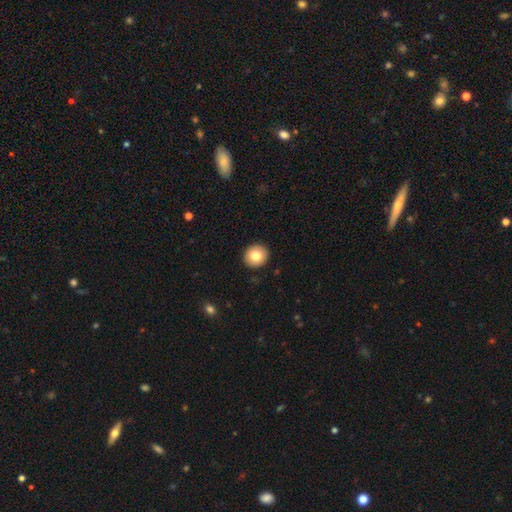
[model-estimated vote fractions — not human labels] smooth-or-featured: smooth: 82% | featured or disk: 10% | star or artifact: 8%
  how-rounded: round: 87% | in between: 12% | cigar-shaped: 1%
  merging: none: 92% | minor disturbance: 5% | major disturbance: 2% | merger: 1%